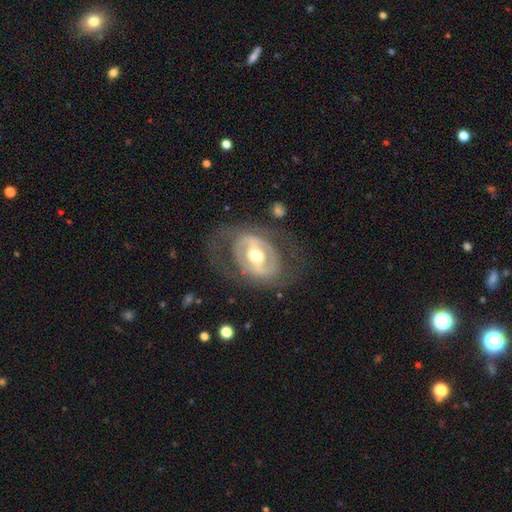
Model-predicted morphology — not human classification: Smooth or featured?
  - featured or disk: 76% *
  - smooth: 18%
  - star or artifact: 5%
Edge-on disk?
  - no: 93% *
  - yes: 7%
Bar?
  - strong: 46% *
  - weak: 31%
  - no: 23%
Spiral arms?
  - no: 57% *
  - yes: 43%
Bulge size?
  - moderate: 66% *
  - large: 24%
  - small: 7%
  - dominant: 2%
  - none: 1%
Merging?
  - none: 66% *
  - major disturbance: 17%
  - minor disturbance: 16%
  - merger: 2%